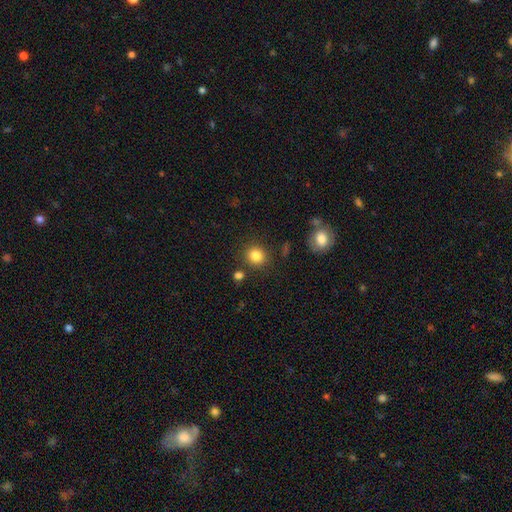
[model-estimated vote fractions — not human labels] Smooth or featured? smooth (84%)
How rounded? round (87%)
Merging? none (85%)